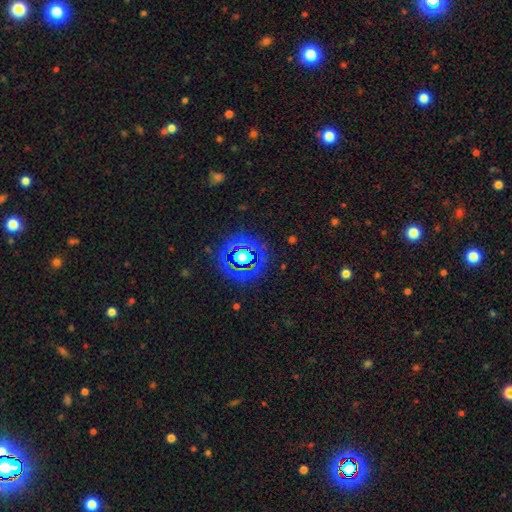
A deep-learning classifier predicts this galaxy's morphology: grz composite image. It shows a star or artifact, not a galaxy (71%).